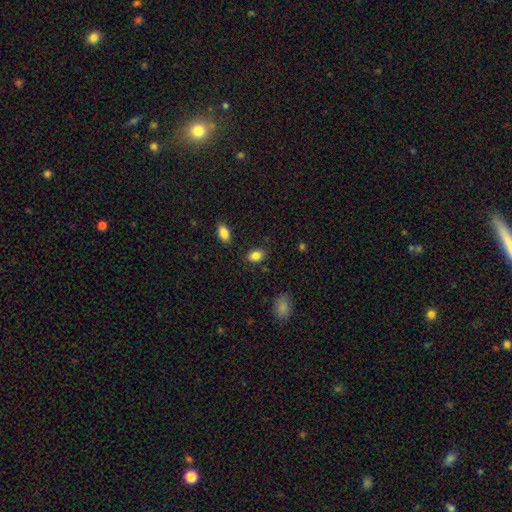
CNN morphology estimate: Overall: smooth (85%). How rounded: in between (77%). Merging: none (84%).